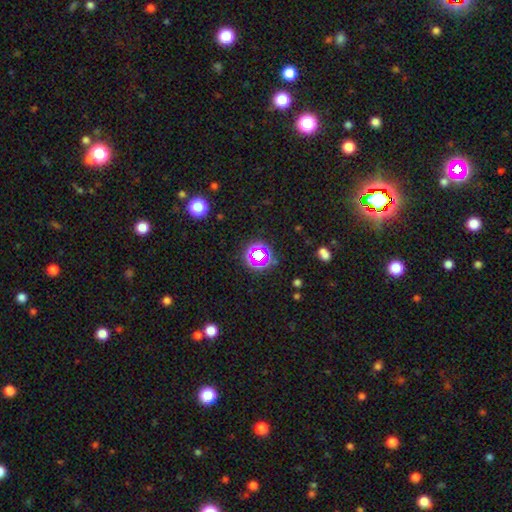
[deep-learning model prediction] Smooth or featured? Predicted: star or artifact (p=0.62).